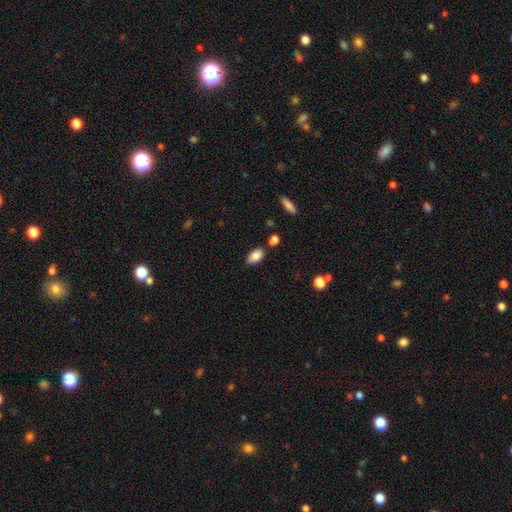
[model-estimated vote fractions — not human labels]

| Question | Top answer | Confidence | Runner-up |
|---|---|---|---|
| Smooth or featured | smooth | 85% | star or artifact (8%) |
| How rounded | in between | 92% | round (5%) |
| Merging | none | 75% | minor disturbance (16%) |